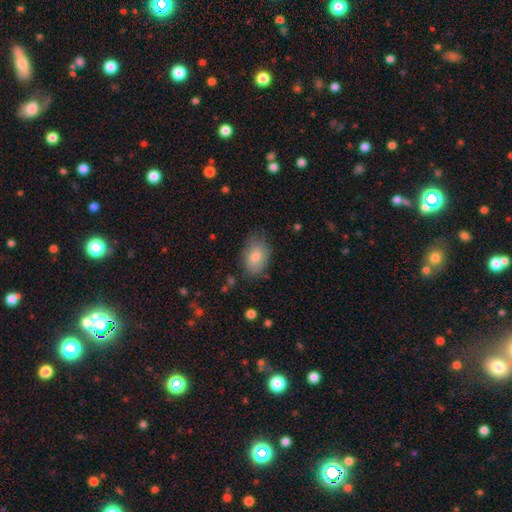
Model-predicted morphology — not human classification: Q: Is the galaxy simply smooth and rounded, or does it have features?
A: smooth — 80%.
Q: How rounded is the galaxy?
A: in between — 82%.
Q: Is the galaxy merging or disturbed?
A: none — 75%.